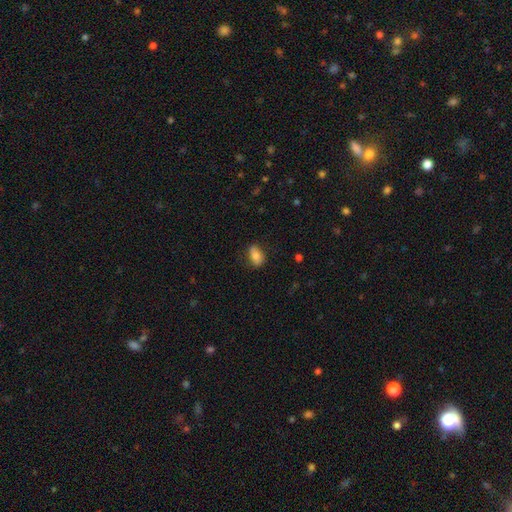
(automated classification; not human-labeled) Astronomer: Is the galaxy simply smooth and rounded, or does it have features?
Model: smooth — 79%.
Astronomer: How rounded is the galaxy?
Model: in between — 86%.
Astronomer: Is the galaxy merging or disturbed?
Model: none — 77%.